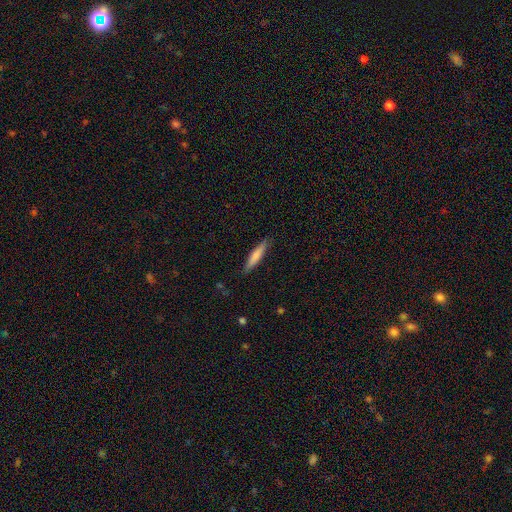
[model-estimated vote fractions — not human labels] A smooth galaxy with no disk features (74%) that is cigar-shaped (89%).

Vote fractions:
- Smooth or featured? smooth: 74% / featured or disk: 21% / star or artifact: 6%
- How rounded? cigar-shaped: 89% / in between: 10% / round: 1%
- Merging? none: 87% / minor disturbance: 10% / major disturbance: 2% / merger: 1%